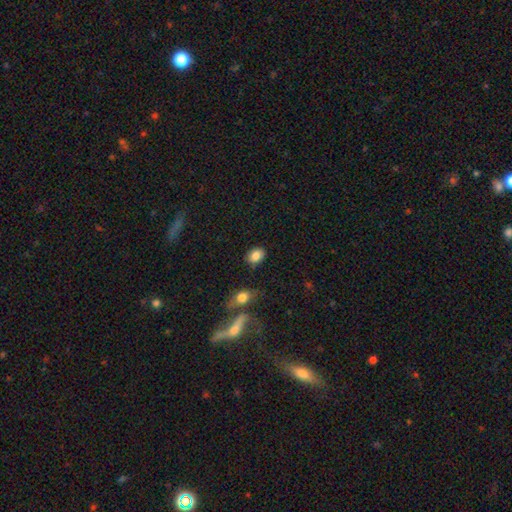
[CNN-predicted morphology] smooth 84%, star or artifact 8%, featured or disk 8%. Down the decision tree: how rounded — in between (73%); merging — none (83%).